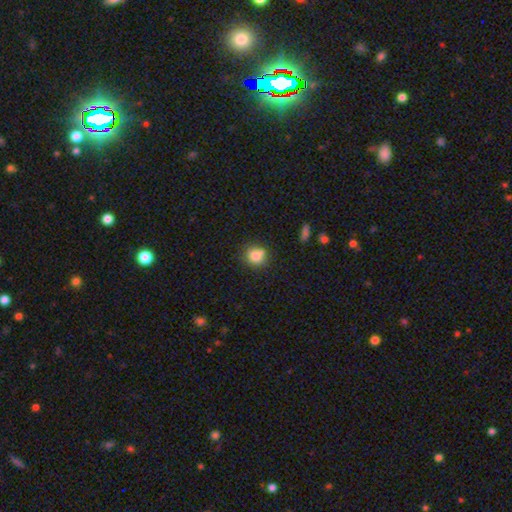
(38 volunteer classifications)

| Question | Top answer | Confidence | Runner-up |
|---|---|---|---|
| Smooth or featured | smooth | 79% | featured or disk (18%) |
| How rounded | round | 90% | in between (10%) |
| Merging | none | 51% | merger (32%) |